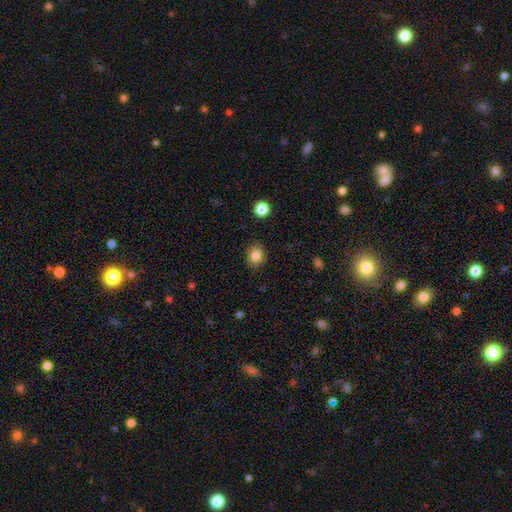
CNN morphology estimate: A smooth galaxy with no disk features (83%) that is round (70%).

Vote fractions:
- Smooth or featured? smooth: 83% / star or artifact: 10% / featured or disk: 7%
- How rounded? round: 70% / in between: 29% / cigar-shaped: 1%
- Merging? none: 88% / minor disturbance: 8% / major disturbance: 2% / merger: 1%